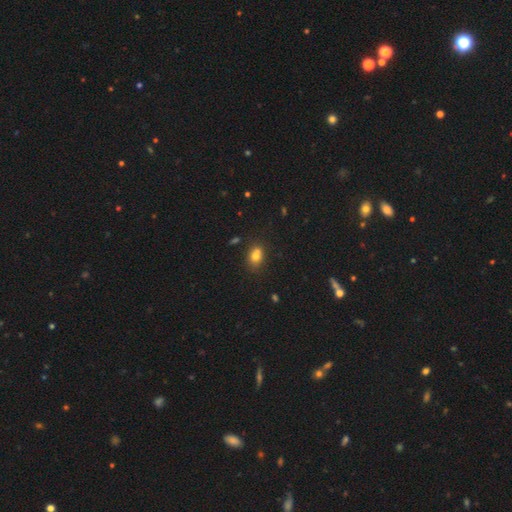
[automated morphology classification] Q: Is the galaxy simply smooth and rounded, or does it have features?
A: smooth — 74%.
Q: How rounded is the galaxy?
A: in between — 56%.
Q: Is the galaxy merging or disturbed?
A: none — 48%.